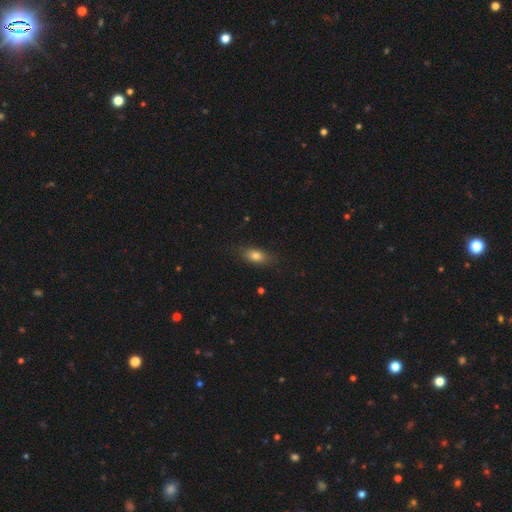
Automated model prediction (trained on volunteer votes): The model was most divided on "smooth or featured": smooth: 78%, featured or disk: 13%, star or artifact: 9%. More confident: merging — none (80%); how rounded — in between (80%).